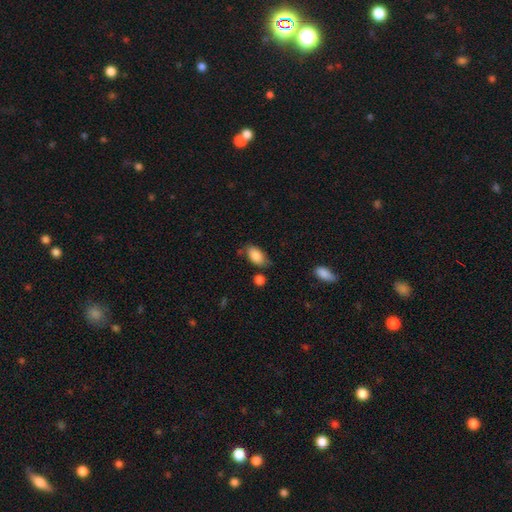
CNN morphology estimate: Smooth or featured: smooth — 87% (star or artifact — 7%)
How rounded: in between — 93% (round — 5%)
Merging: none — 67% (minor disturbance — 22%)